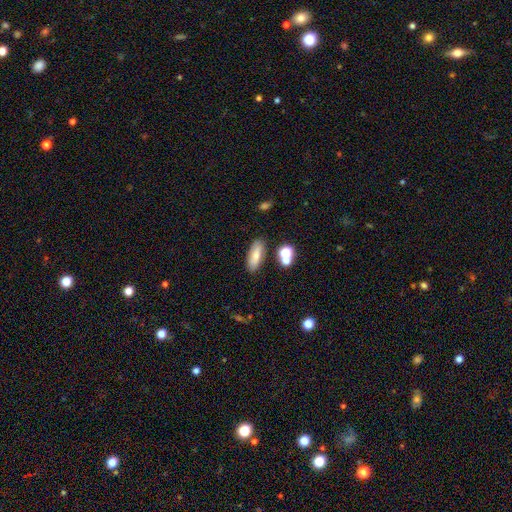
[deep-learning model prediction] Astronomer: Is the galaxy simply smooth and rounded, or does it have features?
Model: smooth — 73%.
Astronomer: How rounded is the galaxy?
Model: in between — 65%.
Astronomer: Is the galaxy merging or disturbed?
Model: none — 80%.